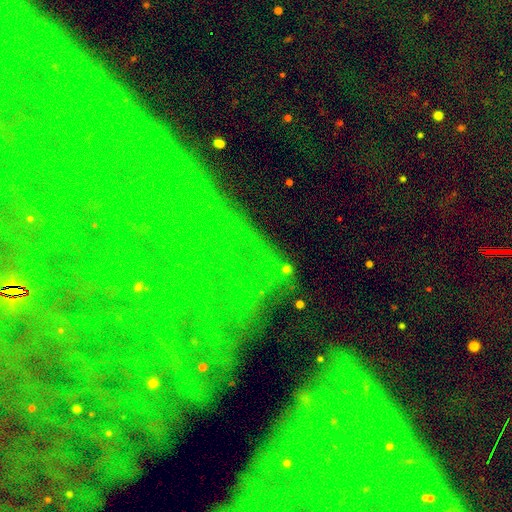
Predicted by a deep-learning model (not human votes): Smooth or featured? star or artifact (83%)